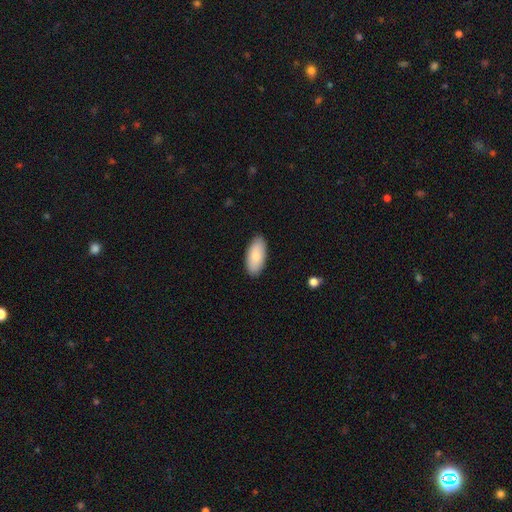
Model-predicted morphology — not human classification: A smooth galaxy with no disk features (81%) that is in between round and cigar-shaped (93%).

Vote fractions:
- Smooth or featured? smooth: 81% / featured or disk: 13% / star or artifact: 6%
- How rounded? in between: 93% / cigar-shaped: 5% / round: 2%
- Merging? none: 88% / minor disturbance: 9% / major disturbance: 2% / merger: 1%